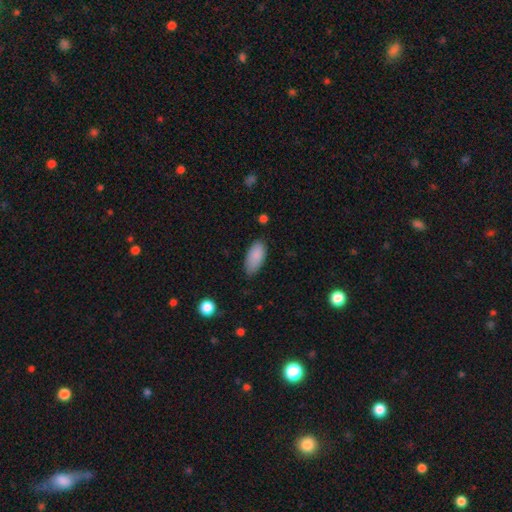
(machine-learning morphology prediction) smooth-or-featured: smooth: 87% | star or artifact: 7% | featured or disk: 6%
  how-rounded: in between: 92% | cigar-shaped: 6% | round: 2%
  merging: none: 71% | minor disturbance: 24% | major disturbance: 4% | merger: 2%